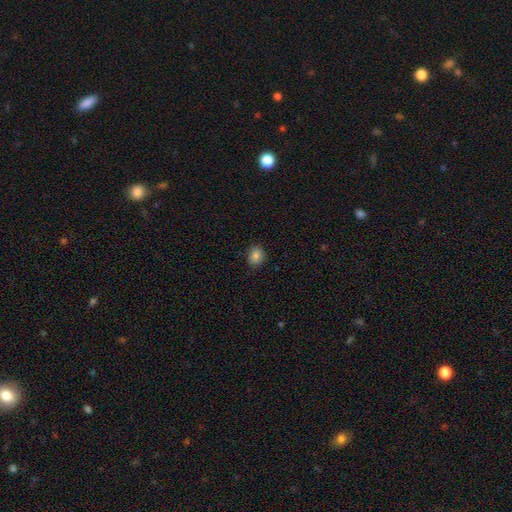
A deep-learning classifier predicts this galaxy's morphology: A smooth galaxy with no disk features (83%) that is round (56%).

Vote fractions:
- Smooth or featured? smooth: 83% / star or artifact: 10% / featured or disk: 6%
- How rounded? round: 56% / in between: 43% / cigar-shaped: 1%
- Merging? none: 87% / minor disturbance: 10% / major disturbance: 2% / merger: 1%